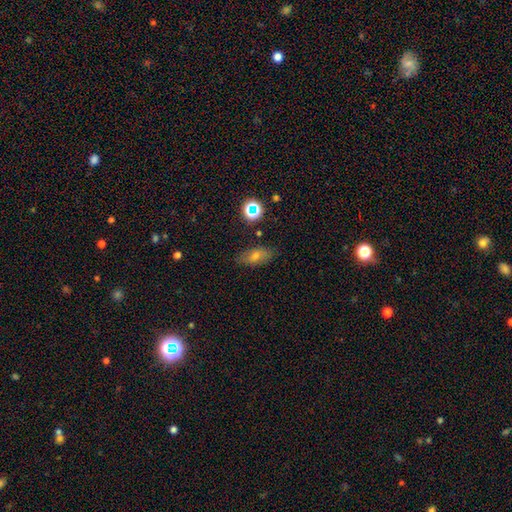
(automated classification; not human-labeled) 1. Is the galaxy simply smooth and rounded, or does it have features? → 53% smooth, 25% featured or disk, 21% star or artifact.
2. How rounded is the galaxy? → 79% in between, 11% round, 10% cigar-shaped.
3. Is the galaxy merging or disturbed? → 81% none, 13% minor disturbance, 4% major disturbance, 2% merger.